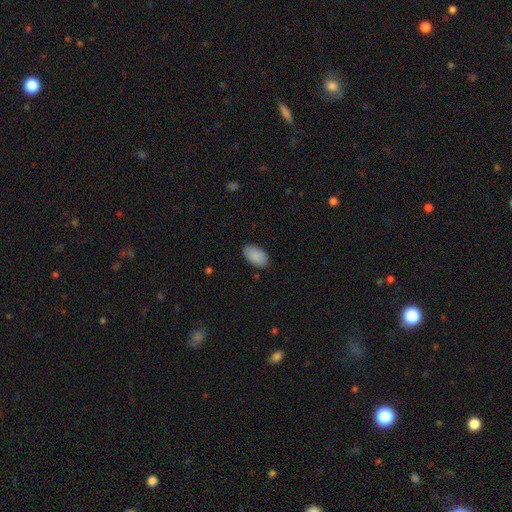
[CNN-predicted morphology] A smooth galaxy with no disk features (90%) that is in between round and cigar-shaped (95%). Merging: none (86%).